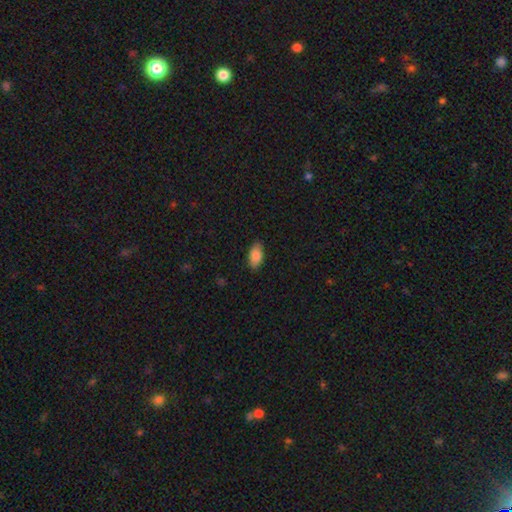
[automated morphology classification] Smooth or featured? Predicted: smooth (p=0.86). How rounded? Predicted: in between (p=0.92). Merging? Predicted: none (p=0.88).